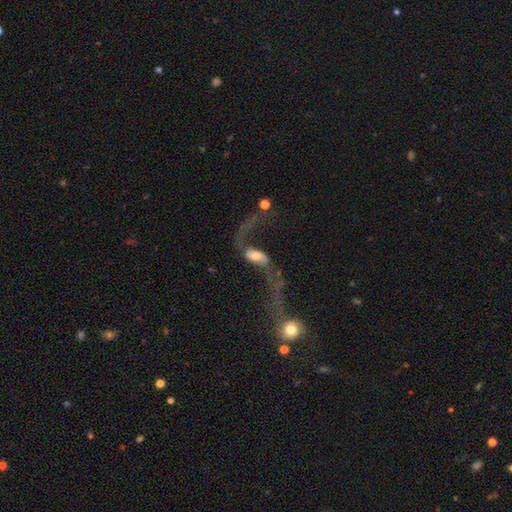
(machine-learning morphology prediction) type=featured or disk (71%); edge-on=no (90%); bar=no (41%); spiral arms=yes (83%); winding=loose (94%); arm count=2 (88%); bulge=moderate (52%); merging=major disturbance (41%).